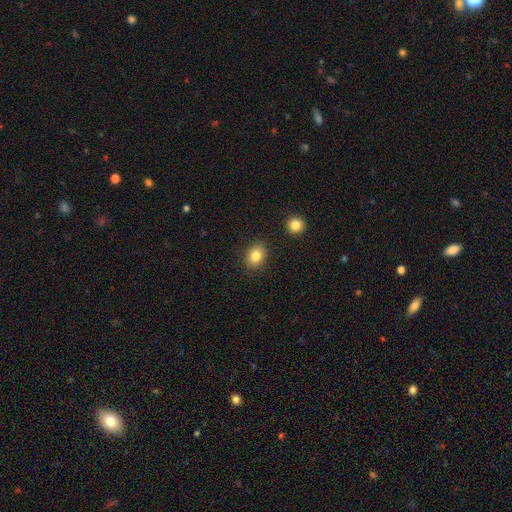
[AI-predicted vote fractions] Smooth or featured? smooth (84%)
How rounded? in between (55%)
Merging? none (86%)